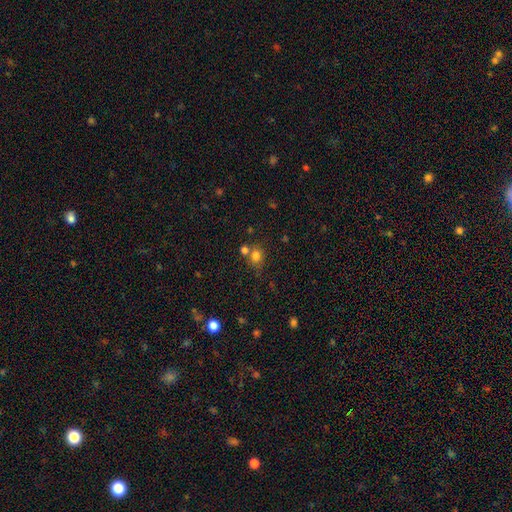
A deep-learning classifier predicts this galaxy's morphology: Smooth or featured? Predicted: smooth (p=0.78). How rounded? Predicted: round (p=0.73). Merging? Predicted: none (p=0.58).